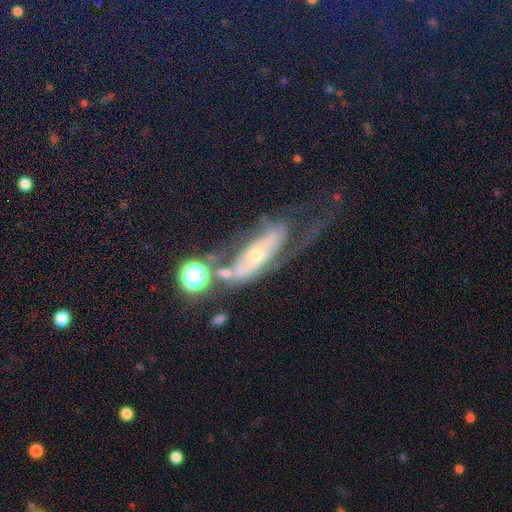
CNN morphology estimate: A featured or disk galaxy (69%) with no bar (70%), spiral arms (65%) and a small central bulge (58%). Merging: major disturbance (38%).